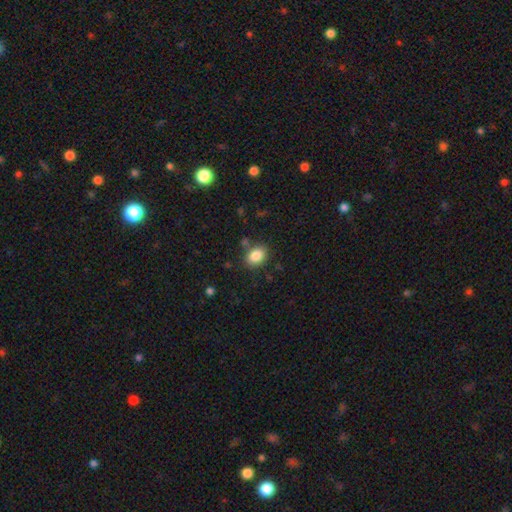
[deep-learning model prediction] Smooth or featured?
  - smooth: 85% *
  - star or artifact: 9%
  - featured or disk: 6%
How rounded?
  - in between: 62% *
  - round: 37%
  - cigar-shaped: 1%
Merging?
  - none: 80% *
  - minor disturbance: 12%
  - merger: 5%
  - major disturbance: 3%